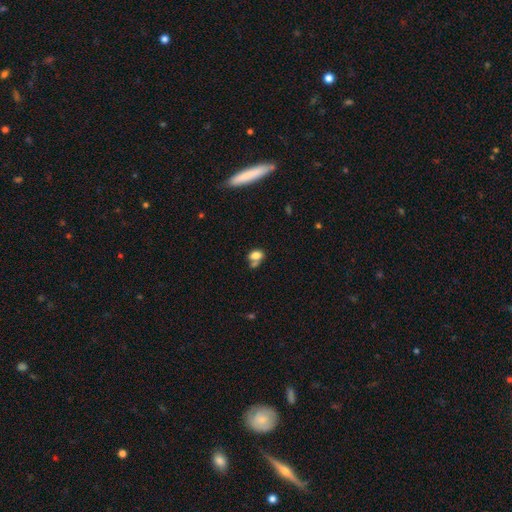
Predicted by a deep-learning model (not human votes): The model was most divided on "merging": none: 42%, merger: 38%, minor disturbance: 14%, major disturbance: 6%. More confident: smooth or featured — smooth (79%); how rounded — in between (76%).